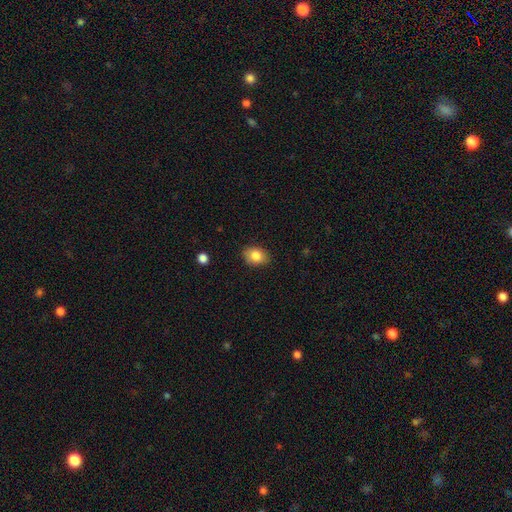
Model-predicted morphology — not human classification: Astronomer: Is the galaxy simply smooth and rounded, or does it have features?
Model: smooth — 83%.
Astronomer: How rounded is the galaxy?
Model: in between — 66%.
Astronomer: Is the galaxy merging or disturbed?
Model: none — 84%.